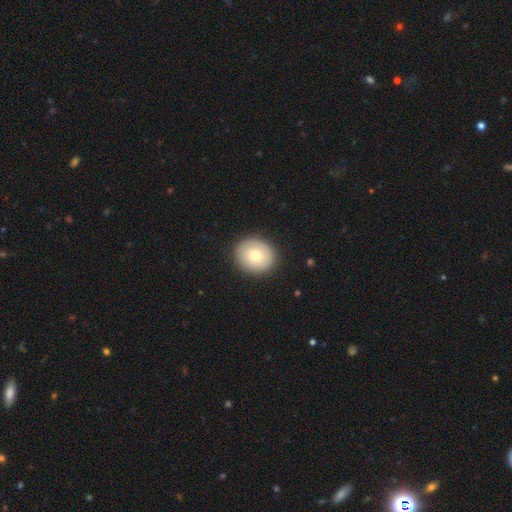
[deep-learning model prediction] Morphology: type=smooth (76%); roundness=round (73%); merging=none (88%).